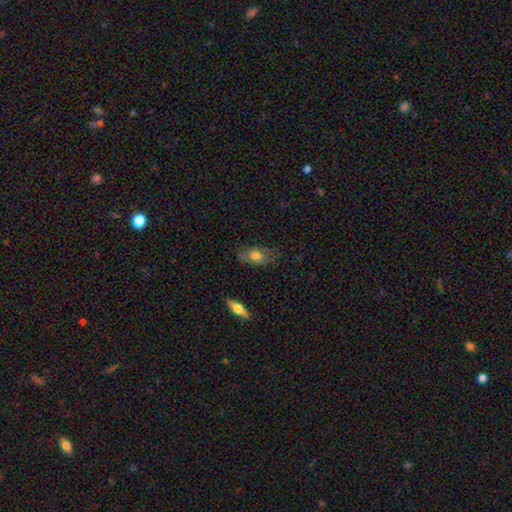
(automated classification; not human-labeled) This appears to be a smooth galaxy with no disk features (59%) that is in between round and cigar-shaped (85%). Merging: none (68%).